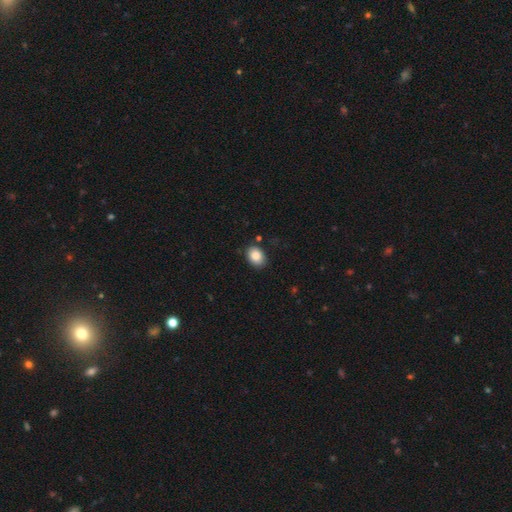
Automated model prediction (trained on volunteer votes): The model was most divided on "how rounded": in between: 68%, round: 31%, cigar-shaped: 1%. More confident: smooth or featured — smooth (86%); merging — none (83%).